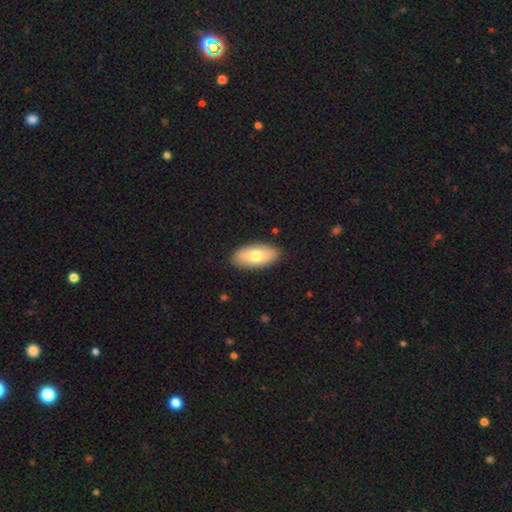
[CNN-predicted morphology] This appears to be a smooth galaxy with no disk features (74%) that is in between round and cigar-shaped (92%). Merging: none (88%).